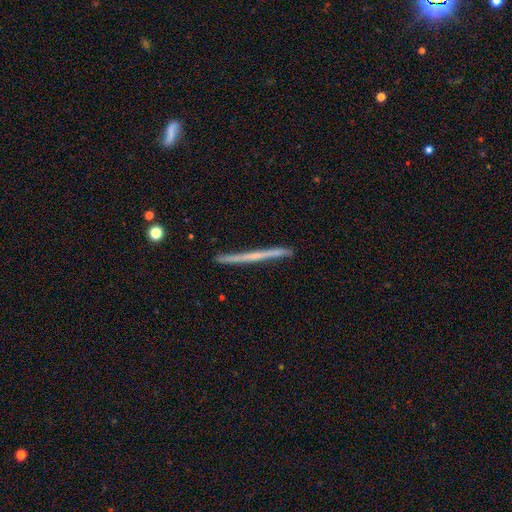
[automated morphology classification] A featured or disk galaxy (60%) viewed edge-on (97%) with no central bulge (81%).

Vote fractions:
- Smooth or featured? featured or disk: 60% / smooth: 34% / star or artifact: 6%
- Edge-on disk? yes: 97% / no: 3%
- Edge-on bulge? none: 81% / rounded: 15% / boxy: 5%
- Merging? none: 89% / minor disturbance: 8% / major disturbance: 2% / merger: 1%